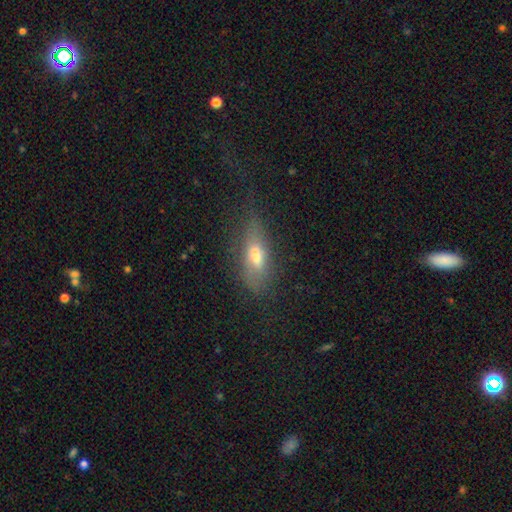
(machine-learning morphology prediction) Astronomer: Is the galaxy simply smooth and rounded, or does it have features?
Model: smooth — 58%.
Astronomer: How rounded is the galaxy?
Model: in between — 64%.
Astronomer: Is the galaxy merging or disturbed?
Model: none — 58%.